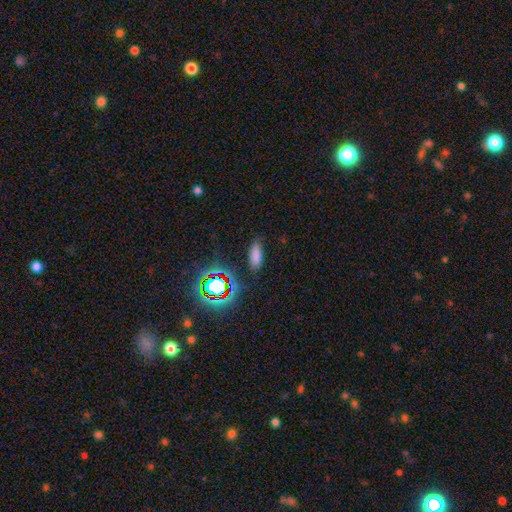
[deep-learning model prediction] smooth_or_featured: smooth (p=0.73) [alt: star or artifact p=0.19]
how_rounded: in between (p=0.77) [alt: cigar-shaped p=0.19]
merging: none (p=0.81) [alt: minor disturbance p=0.13]